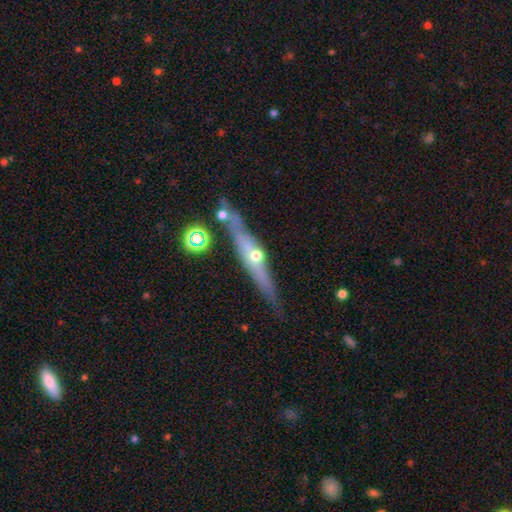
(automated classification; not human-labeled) featured or disk 68%, smooth 23%, star or artifact 9%. Down the decision tree: edge-on disk — yes (89%); edge-on bulge — rounded (92%); merging — none (71%).